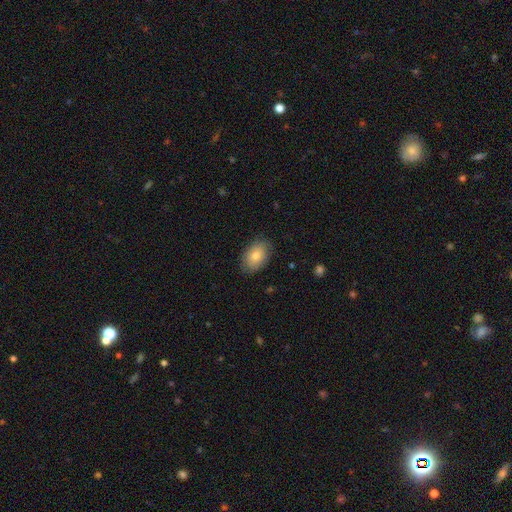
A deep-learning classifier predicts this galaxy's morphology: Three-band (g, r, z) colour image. It shows a smooth galaxy with no disk features (83%) that is in between round and cigar-shaped (87%). Merging: none (84%).